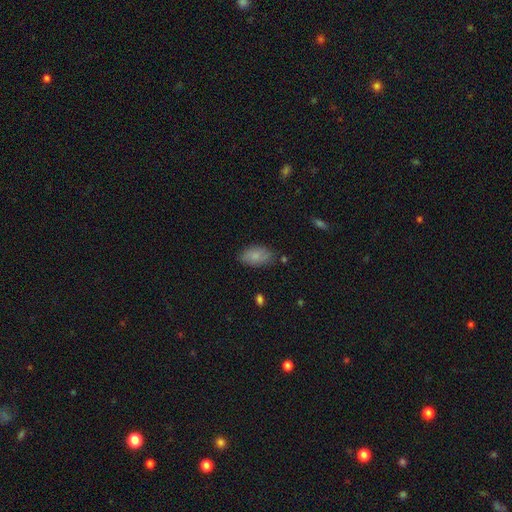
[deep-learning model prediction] smooth 80%, featured or disk 13%, star or artifact 7%. Down the decision tree: how rounded — in between (93%); merging — none (78%).